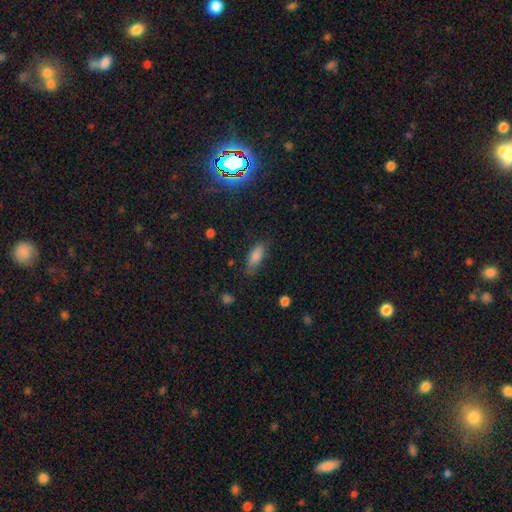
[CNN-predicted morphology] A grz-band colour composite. It shows a smooth galaxy with no disk features (78%) that is in between round and cigar-shaped (70%). Merging: none (73%).